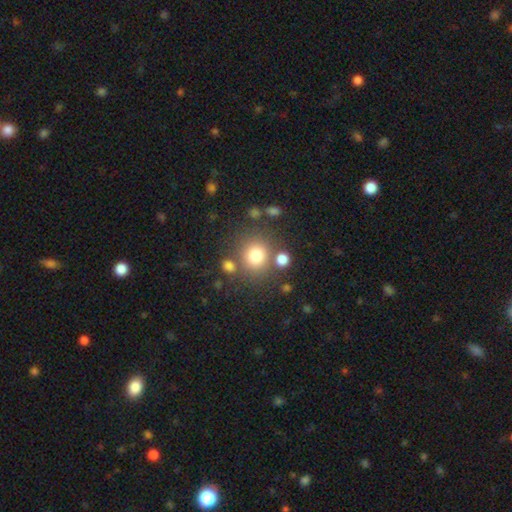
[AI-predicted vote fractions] Q: Smooth or featured?
A: smooth (78%); runner-up: star or artifact (13%)
Q: How rounded?
A: round (85%); runner-up: in between (14%)
Q: Merging?
A: none (72%); runner-up: merger (12%)